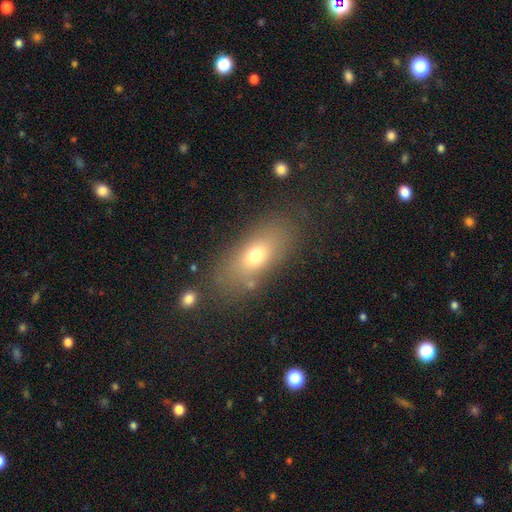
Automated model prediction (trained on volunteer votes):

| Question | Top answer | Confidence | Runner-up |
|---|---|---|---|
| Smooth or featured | smooth | 70% | featured or disk (19%) |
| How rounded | in between | 80% | cigar-shaped (12%) |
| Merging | none | 77% | minor disturbance (13%) |